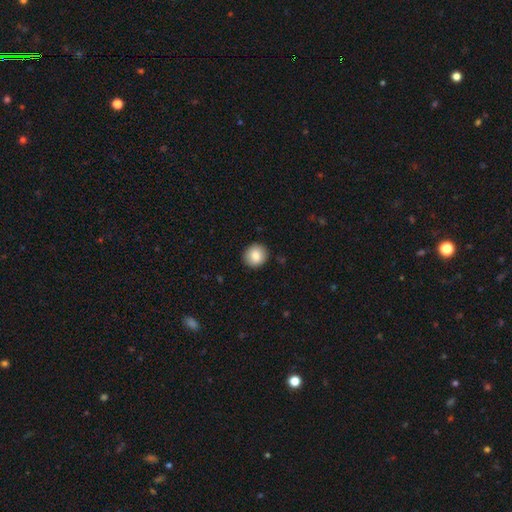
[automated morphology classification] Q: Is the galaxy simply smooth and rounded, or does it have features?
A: smooth — 85%.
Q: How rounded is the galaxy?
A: round — 89%.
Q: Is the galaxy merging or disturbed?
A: none — 91%.